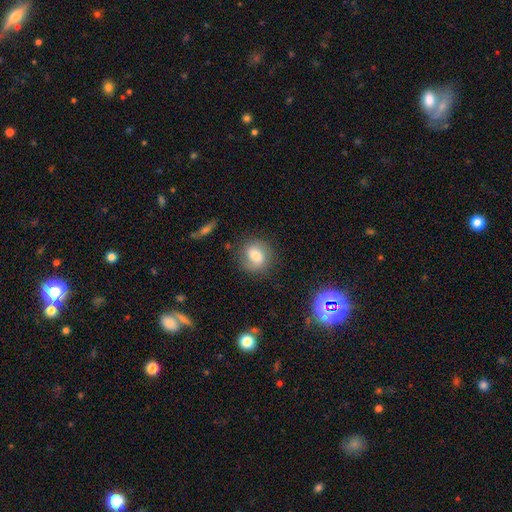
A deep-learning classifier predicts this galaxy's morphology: The model was most divided on "how rounded": round: 69%, in between: 30%, cigar-shaped: 1%. More confident: merging — none (77%); smooth or featured — smooth (67%).